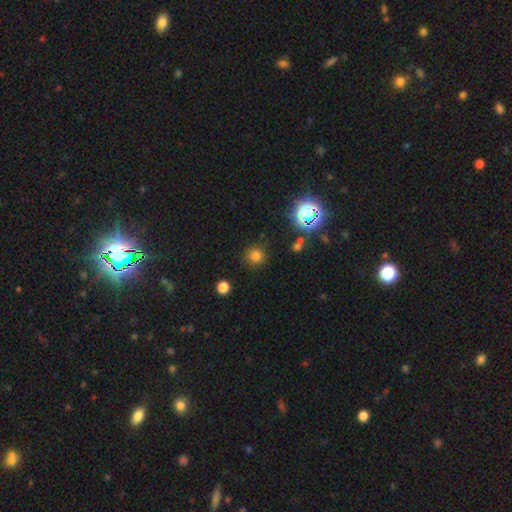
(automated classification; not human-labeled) smooth_or_featured: smooth (p=0.75) [alt: star or artifact p=0.20]
how_rounded: round (p=0.94) [alt: in between p=0.05]
merging: none (p=0.87) [alt: minor disturbance p=0.08]